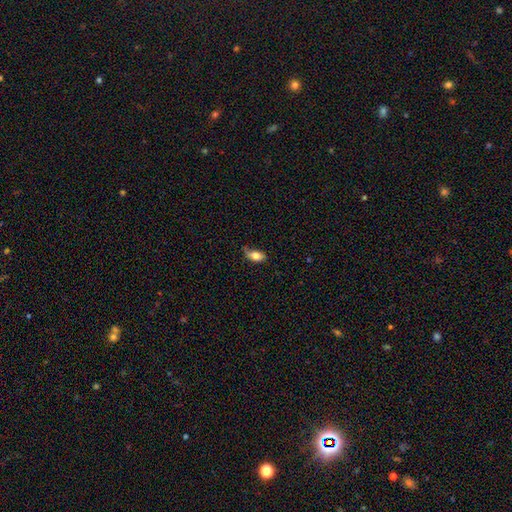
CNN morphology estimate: A smooth galaxy with no disk features (77%) that is in between round and cigar-shaped (88%).

Vote fractions:
- Smooth or featured? smooth: 77% / featured or disk: 16% / star or artifact: 7%
- How rounded? in between: 88% / cigar-shaped: 6% / round: 6%
- Merging? none: 51% / minor disturbance: 36% / major disturbance: 11% / merger: 3%